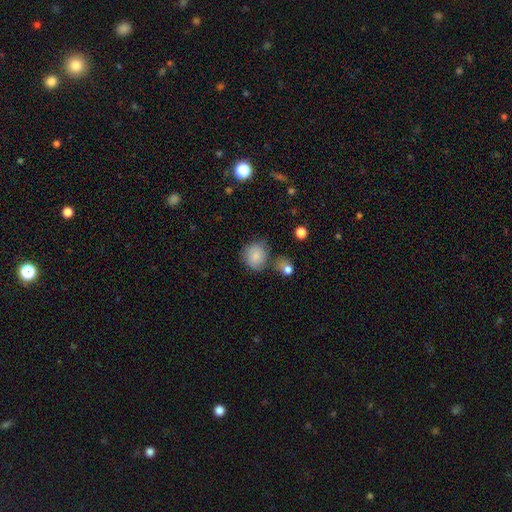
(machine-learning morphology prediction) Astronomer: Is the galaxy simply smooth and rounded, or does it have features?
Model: smooth — 81%.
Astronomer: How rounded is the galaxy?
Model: round — 79%.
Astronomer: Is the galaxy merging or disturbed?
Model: none — 61%.